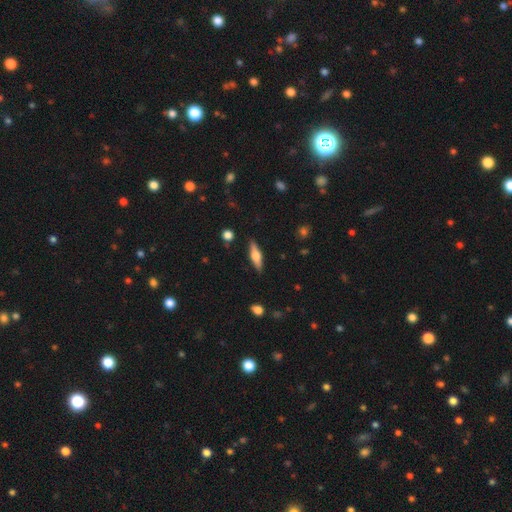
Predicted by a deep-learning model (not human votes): smooth_or_featured: featured or disk (p=0.50) [alt: smooth p=0.44]
disk_edge_on: yes (p=0.94) [alt: no p=0.06]
merging: none (p=0.87) [alt: minor disturbance p=0.09]